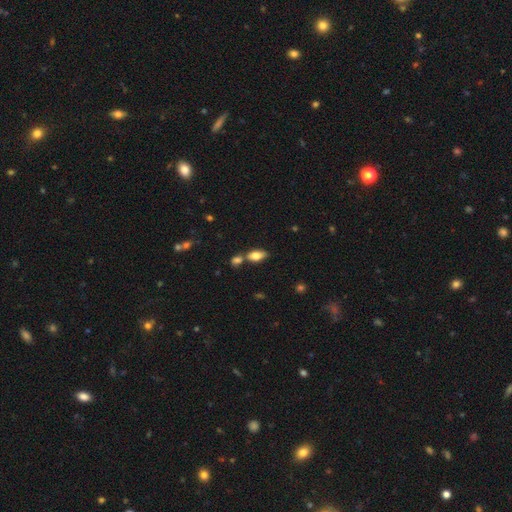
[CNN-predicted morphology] type=smooth (78%); roundness=in between (88%); merging=none (57%).